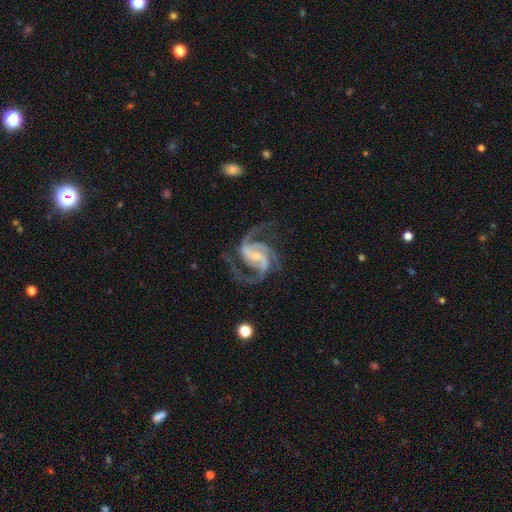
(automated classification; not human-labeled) Smooth or featured? Predicted: featured or disk (p=0.93). Edge-on disk? Predicted: no (p=0.98). Bar? Predicted: weak (p=0.42). Spiral arms? Predicted: yes (p=0.99). Spiral winding? Predicted: medium (p=0.63). Spiral arm count? Predicted: 3 (p=0.52). Bulge size? Predicted: small (p=0.60). Merging? Predicted: none (p=0.70).